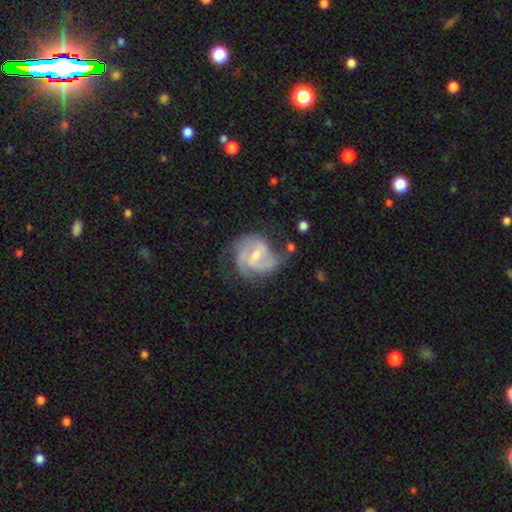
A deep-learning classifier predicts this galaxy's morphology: Smooth or featured? featured or disk (79%)
Edge-on disk? no (98%)
Bar? weak (56%)
Spiral arms? yes (90%)
Spiral winding? medium (48%)
Spiral arm count? 2 (43%)
Bulge size? small (54%)
Merging? none (48%)